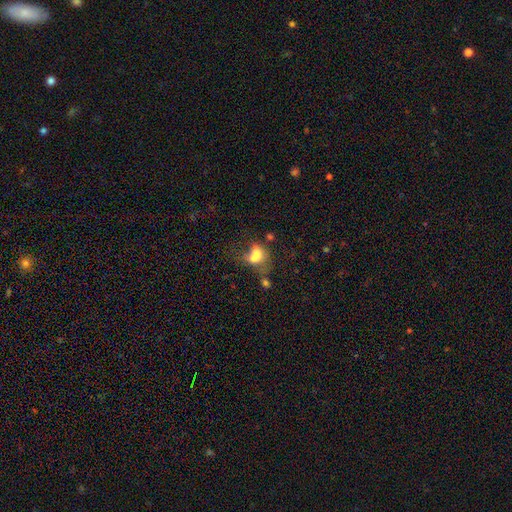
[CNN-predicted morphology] Smooth or featured? Predicted: smooth (p=0.65). How rounded? Predicted: in between (p=0.63). Merging? Predicted: merger (p=0.47).